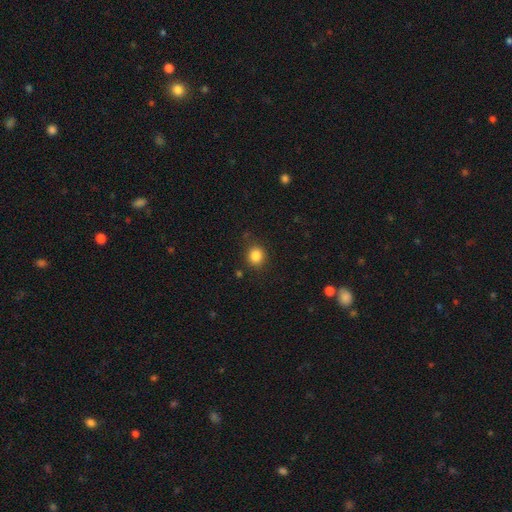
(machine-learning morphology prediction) smooth-or-featured: smooth: 85% | star or artifact: 11% | featured or disk: 4%
  how-rounded: round: 81% | in between: 18% | cigar-shaped: 1%
  merging: none: 86% | minor disturbance: 10% | major disturbance: 3% | merger: 2%